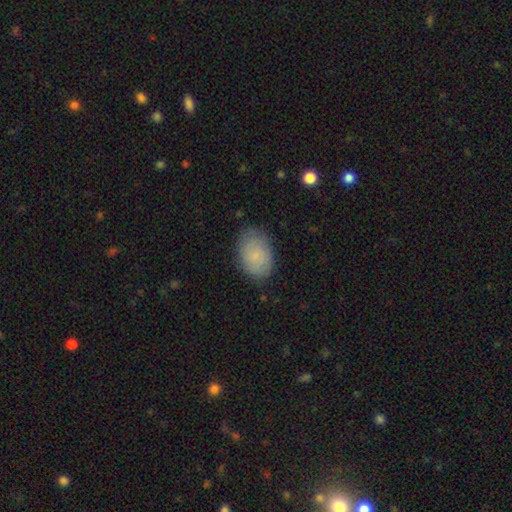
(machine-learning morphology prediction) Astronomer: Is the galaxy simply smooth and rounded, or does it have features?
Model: smooth — 75%.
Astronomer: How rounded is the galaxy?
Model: in between — 87%.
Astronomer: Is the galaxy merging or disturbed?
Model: none — 80%.